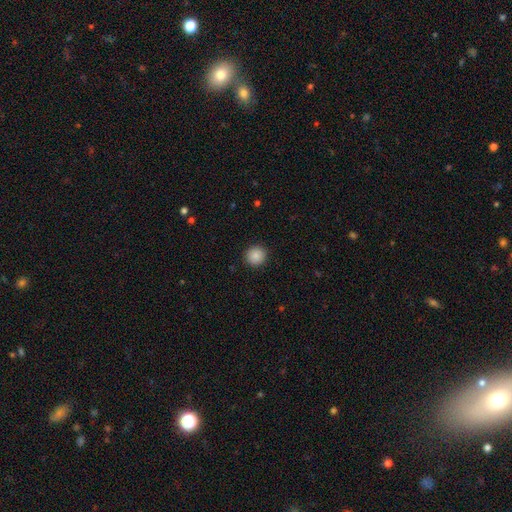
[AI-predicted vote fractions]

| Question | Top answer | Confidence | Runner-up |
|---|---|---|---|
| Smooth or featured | smooth | 87% | star or artifact (9%) |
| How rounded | round | 94% | in between (5%) |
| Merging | none | 92% | minor disturbance (5%) |